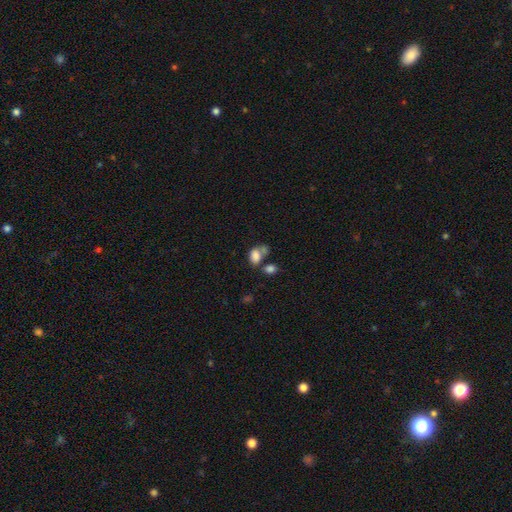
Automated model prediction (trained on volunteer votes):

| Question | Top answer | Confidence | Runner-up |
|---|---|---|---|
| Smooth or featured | smooth | 80% | star or artifact (10%) |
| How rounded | in between | 82% | round (16%) |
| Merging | merger | 42% | none (33%) |